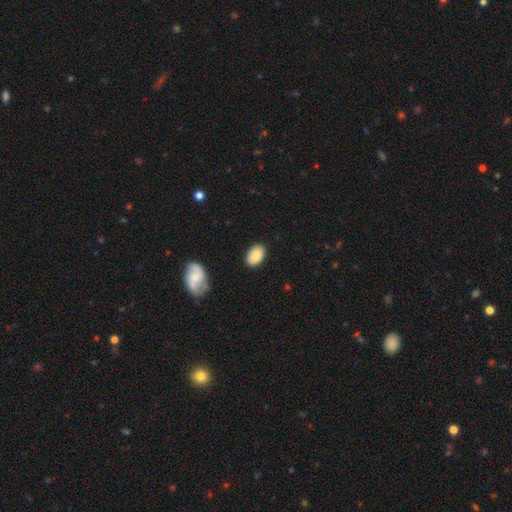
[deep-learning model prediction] Overall: smooth (84%). How rounded: in between (89%). Merging: none (86%).